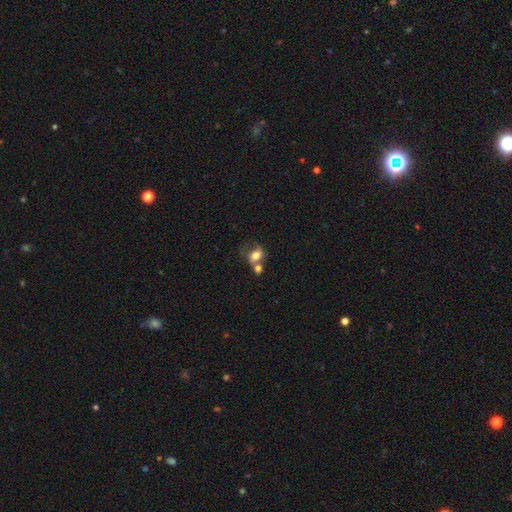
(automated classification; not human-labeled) Q: Smooth or featured?
A: smooth (68%); runner-up: featured or disk (22%)
Q: How rounded?
A: in between (61%); runner-up: round (37%)
Q: Merging?
A: merger (53%); runner-up: none (26%)